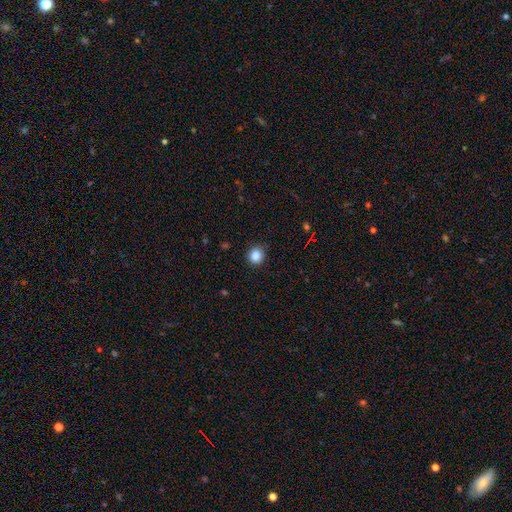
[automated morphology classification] Smooth or featured: smooth — 86% (star or artifact — 11%)
How rounded: round — 88% (in between — 11%)
Merging: none — 88% (minor disturbance — 9%)